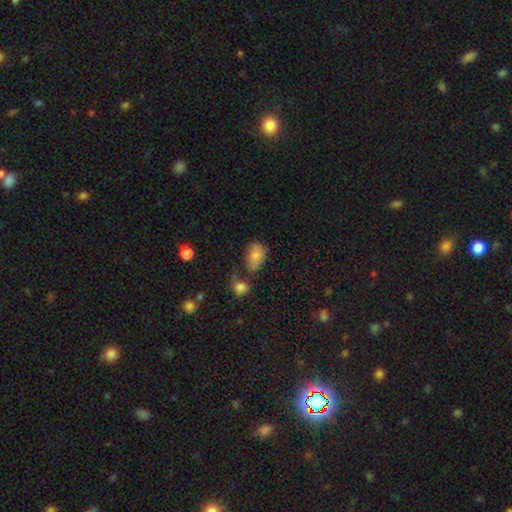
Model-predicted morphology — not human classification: A smooth galaxy with no disk features (79%) that is in between round and cigar-shaped (82%). Merging: none (43%).